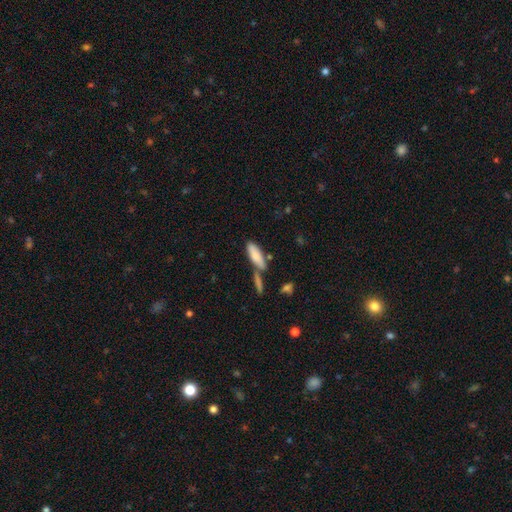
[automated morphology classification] This appears to be a smooth galaxy with no disk features (80%) that is in between round and cigar-shaped (59%). Merging: none (52%).